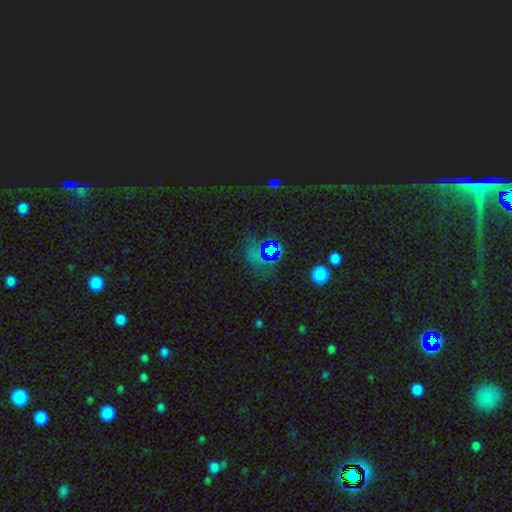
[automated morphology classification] Overall: star or artifact (50%; smooth 40%).